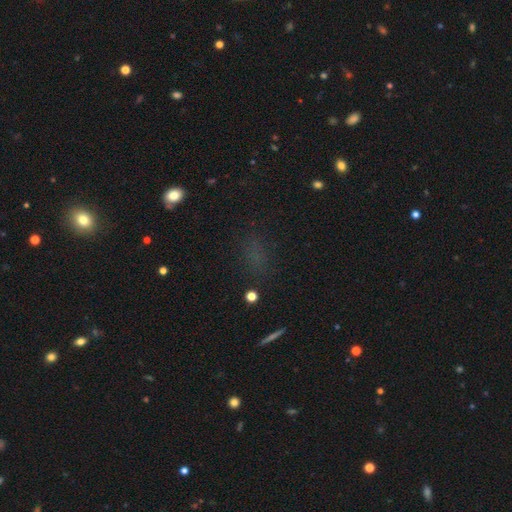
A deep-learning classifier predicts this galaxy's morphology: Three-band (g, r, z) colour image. It shows a smooth galaxy with no disk features (54%) that is in between round and cigar-shaped (62%). Merging: none (73%).